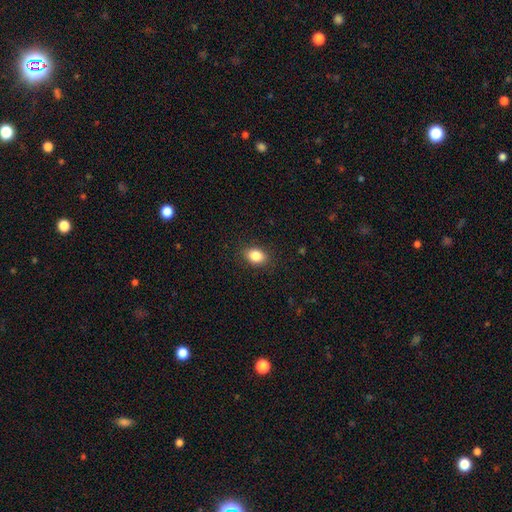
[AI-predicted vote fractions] smooth-or-featured: smooth: 85% | star or artifact: 9% | featured or disk: 6%
  how-rounded: in between: 71% | round: 28% | cigar-shaped: 1%
  merging: none: 87% | minor disturbance: 9% | major disturbance: 3% | merger: 1%